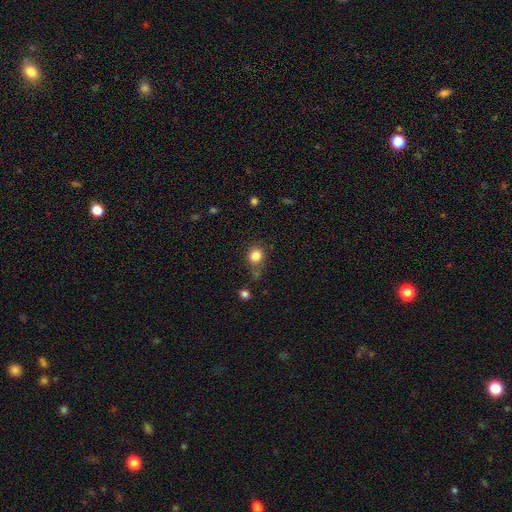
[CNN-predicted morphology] Overall: smooth (82%). How rounded: round (76%). Merging: none (64%).